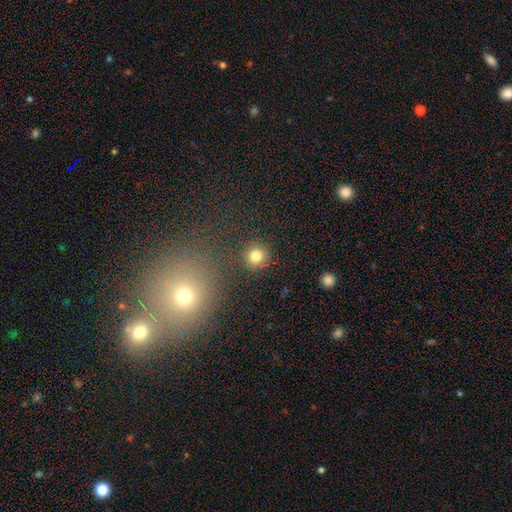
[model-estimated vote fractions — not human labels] smooth-or-featured: smooth: 81% | star or artifact: 13% | featured or disk: 6%
  how-rounded: round: 93% | in between: 6% | cigar-shaped: 1%
  merging: none: 88% | minor disturbance: 6% | merger: 3% | major disturbance: 3%